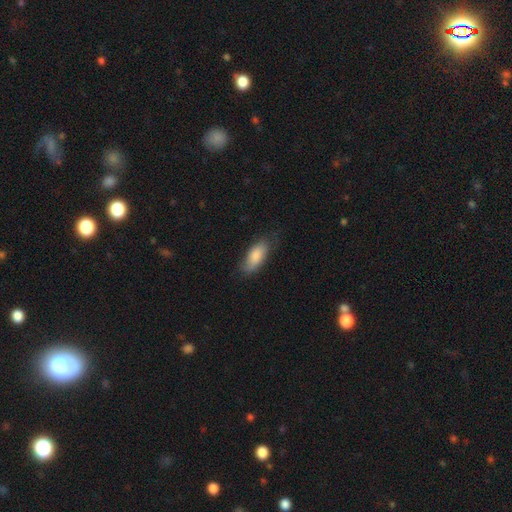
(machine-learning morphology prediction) The model was most divided on "merging": none: 73%, minor disturbance: 22%, major disturbance: 5%, merger: 1%. More confident: smooth or featured — smooth (85%); how rounded — in between (84%).